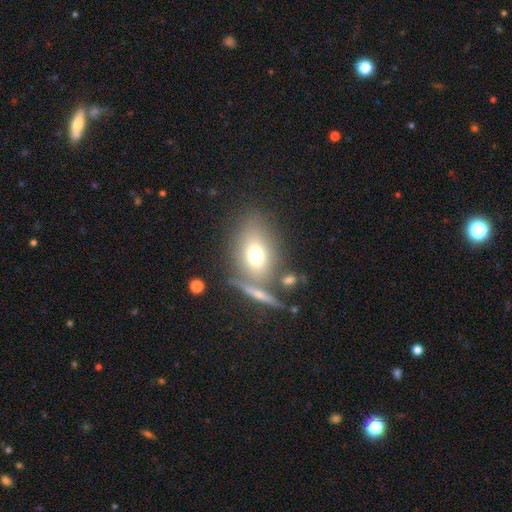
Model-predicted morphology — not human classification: smooth_or_featured: smooth (p=0.66) [alt: featured or disk p=0.23]
how_rounded: in between (p=0.73) [alt: round p=0.22]
merging: none (p=0.64) [alt: merger p=0.17]